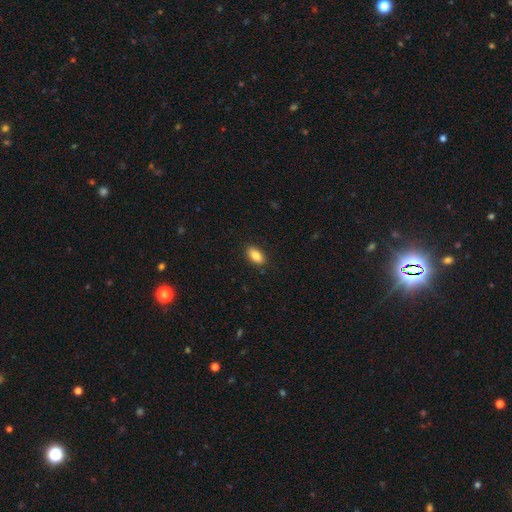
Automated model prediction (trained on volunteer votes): Smooth or featured?
  - smooth: 87% *
  - star or artifact: 8%
  - featured or disk: 6%
How rounded?
  - in between: 92% *
  - round: 4%
  - cigar-shaped: 4%
Merging?
  - none: 88% *
  - minor disturbance: 9%
  - major disturbance: 2%
  - merger: 1%